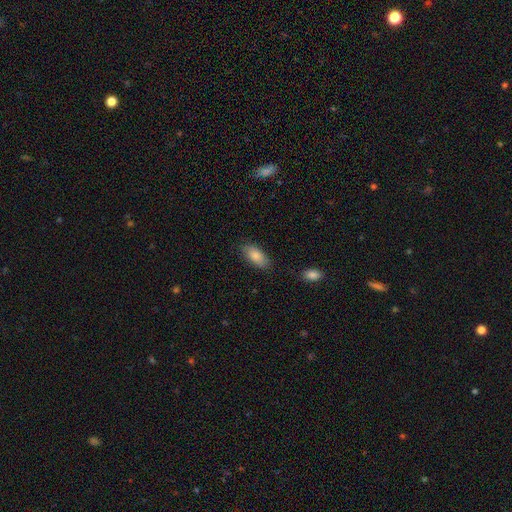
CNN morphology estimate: smooth_or_featured: smooth (p=0.83) [alt: featured or disk p=0.10]
how_rounded: in between (p=0.89) [alt: cigar-shaped p=0.08]
merging: none (p=0.83) [alt: minor disturbance p=0.12]